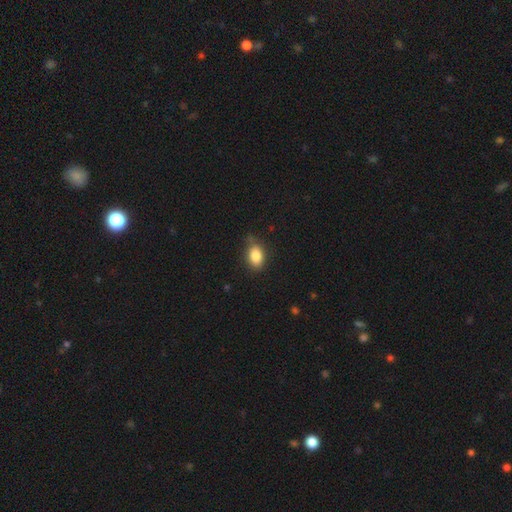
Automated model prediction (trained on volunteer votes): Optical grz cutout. It shows a smooth galaxy with no disk features (85%) that is in between round and cigar-shaped (82%). Merging: none (72%).